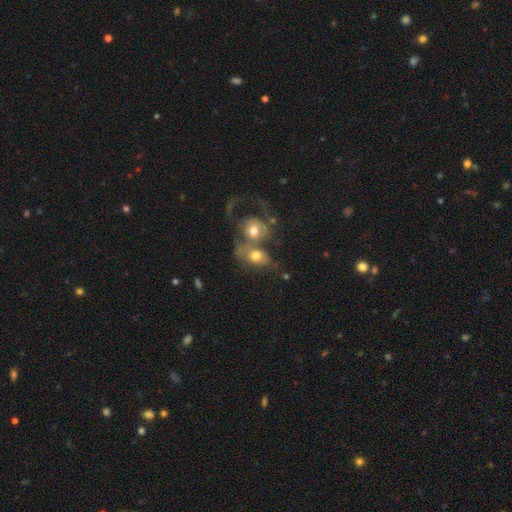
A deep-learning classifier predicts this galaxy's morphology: The model was most divided on "how rounded": in between: 59%, round: 39%, cigar-shaped: 2%. More confident: merging — merger (64%); smooth or featured — smooth (58%).